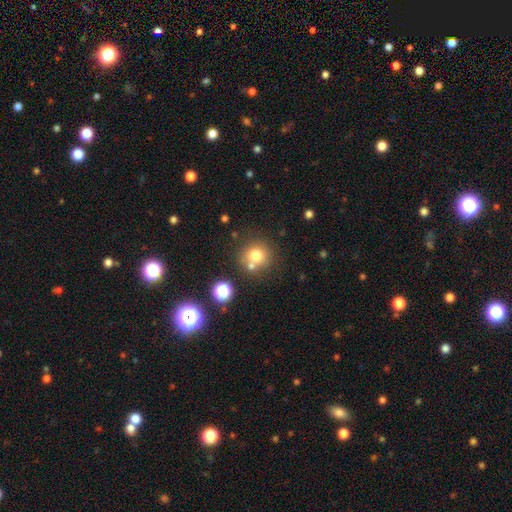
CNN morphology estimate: type=smooth (75%); roundness=round (91%); merging=none (68%).